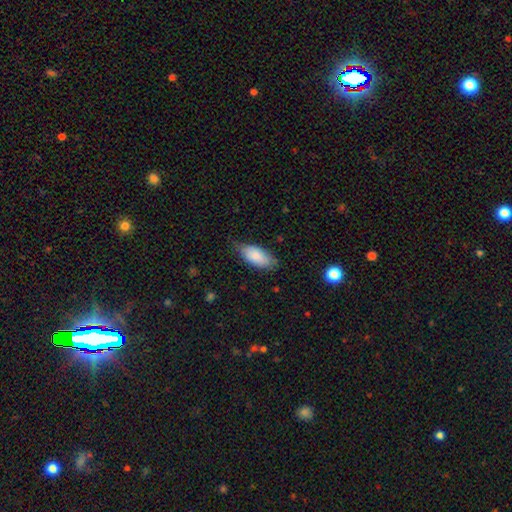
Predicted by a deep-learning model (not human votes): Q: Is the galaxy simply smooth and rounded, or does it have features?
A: smooth — 85%.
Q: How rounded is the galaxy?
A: in between — 90%.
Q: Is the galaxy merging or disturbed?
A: none — 63%.